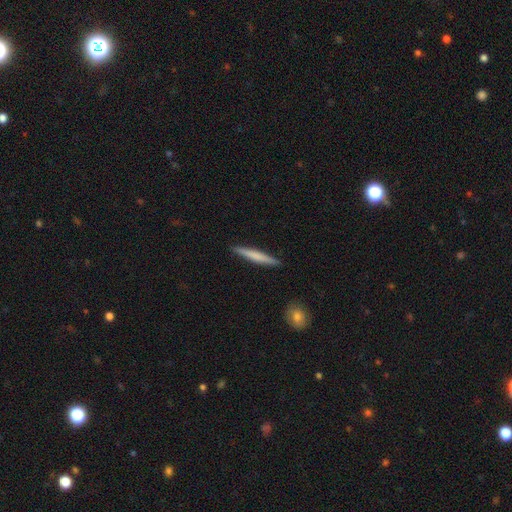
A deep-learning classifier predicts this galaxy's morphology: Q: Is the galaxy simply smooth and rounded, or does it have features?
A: smooth — 60%.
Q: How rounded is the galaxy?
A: cigar-shaped — 96%.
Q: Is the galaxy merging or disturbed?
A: none — 91%.